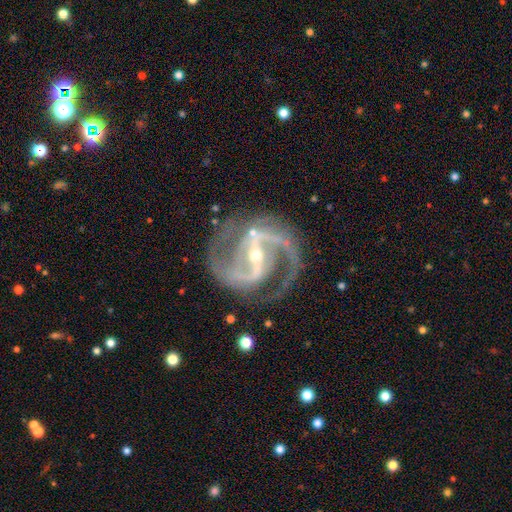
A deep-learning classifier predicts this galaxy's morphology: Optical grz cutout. It shows a featured or disk galaxy (93%) with a strong bar (71%), 2 (91%) medium (64%) spiral arms (98%) and a small central bulge (66%). Merging: none (78%).